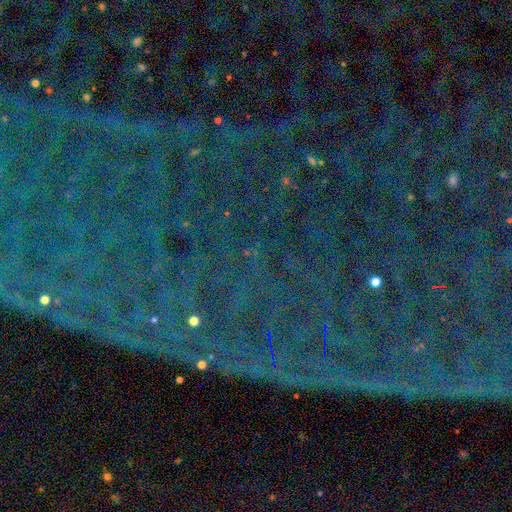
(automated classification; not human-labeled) This is clearly a star or artifact rather than a galaxy (86%).